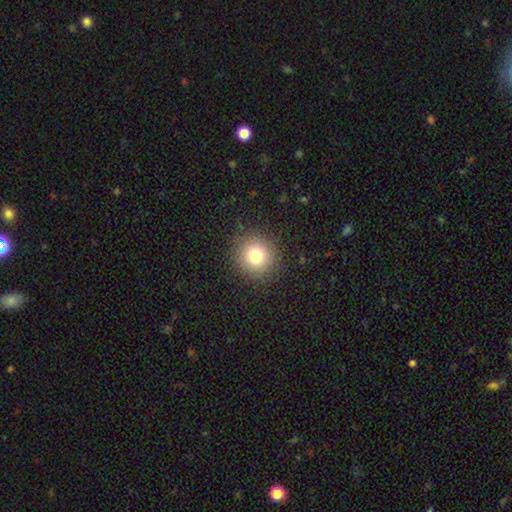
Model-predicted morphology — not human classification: This is likely a smooth galaxy (78%). How rounded: clearly round (93%). Merging: clearly none (90%).